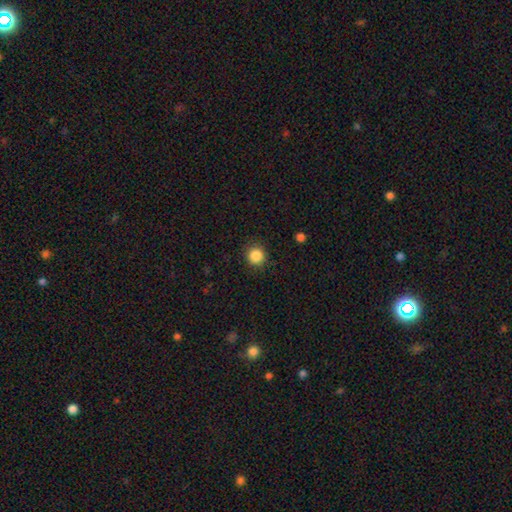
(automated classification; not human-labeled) Morphology: type=smooth (86%); roundness=round (93%); merging=none (90%).